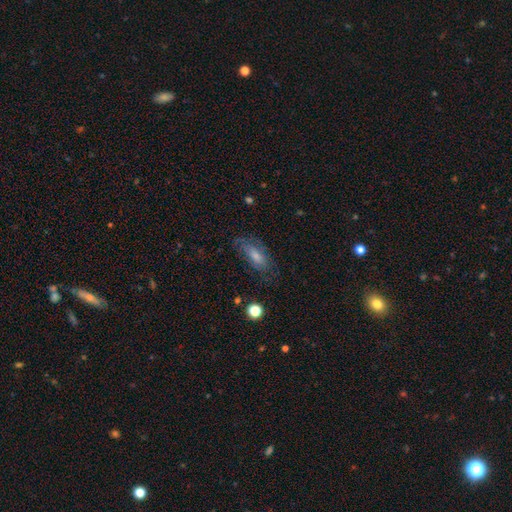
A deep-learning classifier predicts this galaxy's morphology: The model was most divided on "smooth or featured": smooth: 44%, featured or disk: 42%, star or artifact: 13%. More confident: merging — none (68%).